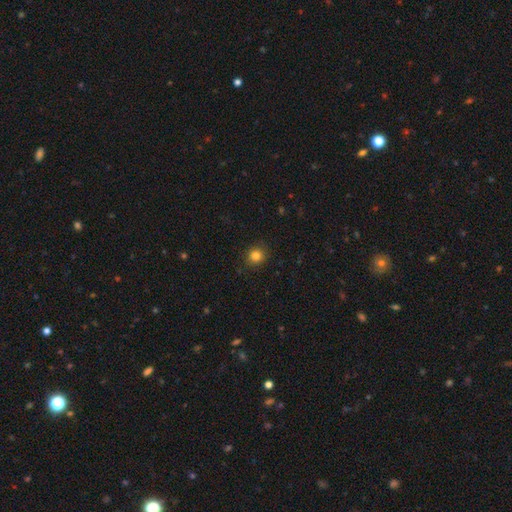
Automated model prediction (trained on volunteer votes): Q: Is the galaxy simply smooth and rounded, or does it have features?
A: smooth — 83%.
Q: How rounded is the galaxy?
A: round — 86%.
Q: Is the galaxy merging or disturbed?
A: none — 89%.